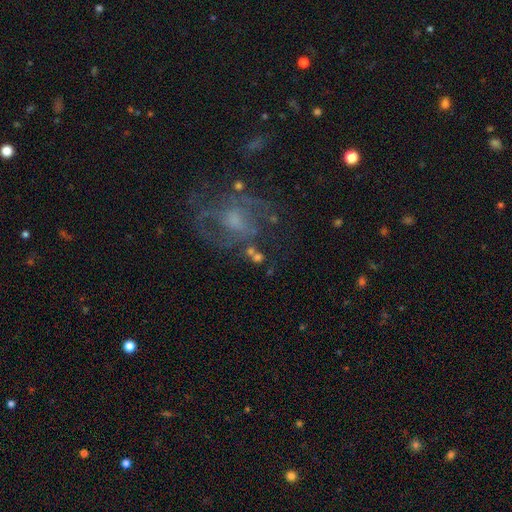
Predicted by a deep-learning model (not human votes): featured or disk 66%, smooth 20%, star or artifact 15%. Down the decision tree: edge-on disk — no (97%); bar — no (51%); spiral arms — yes (68%); bulge size — moderate (36%); merging — none (52%).